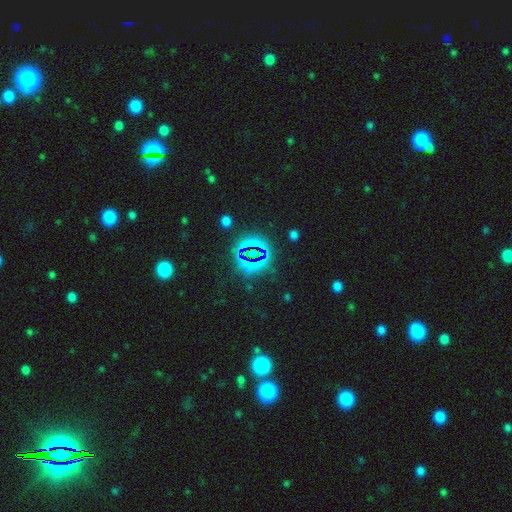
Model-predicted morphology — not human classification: This is likely a star or artifact rather than a galaxy (76%).